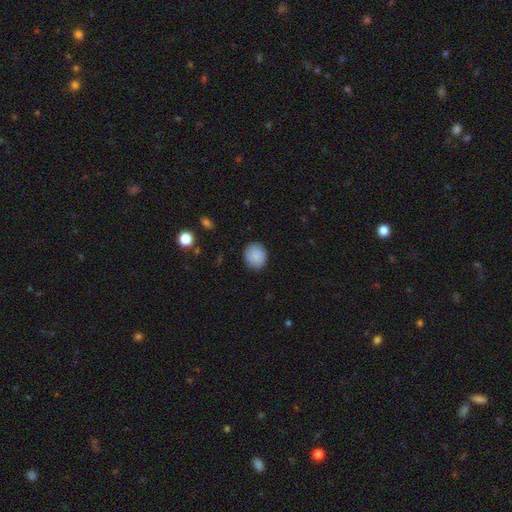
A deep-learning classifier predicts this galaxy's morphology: smooth-or-featured: smooth: 87% | star or artifact: 7% | featured or disk: 6%
  how-rounded: round: 76% | in between: 24% | cigar-shaped: 1%
  merging: none: 86% | minor disturbance: 10% | major disturbance: 2% | merger: 1%